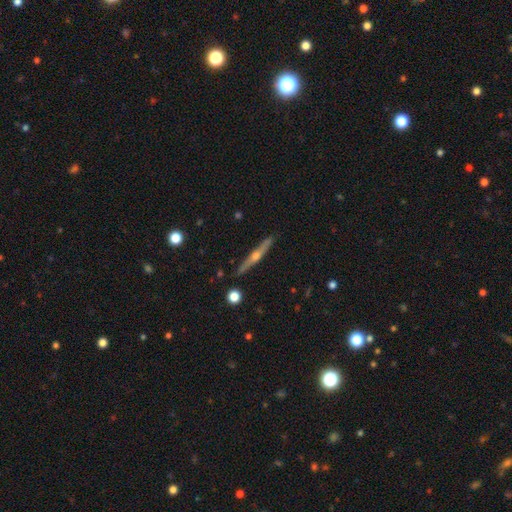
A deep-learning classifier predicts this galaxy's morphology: The model was most divided on "smooth or featured": featured or disk: 77%, smooth: 17%, star or artifact: 6%. More confident: edge-on disk — yes (98%); merging — none (90%); edge-on bulge — rounded (89%).